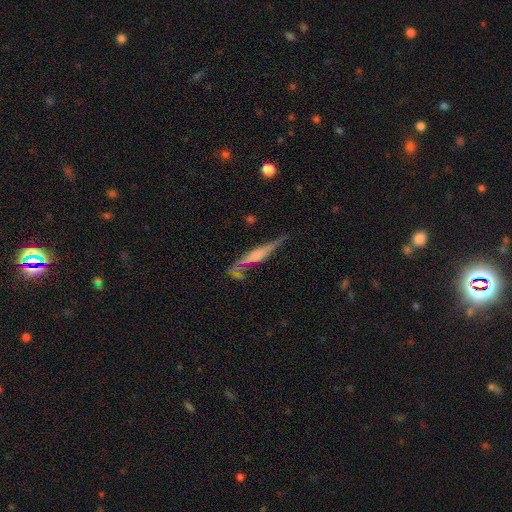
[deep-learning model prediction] This is likely a featured or disk galaxy (64%). It is clearly viewed edge-on (85%). Edge-on bulge: marginally rounded (41%). Merging: possibly none (49%).